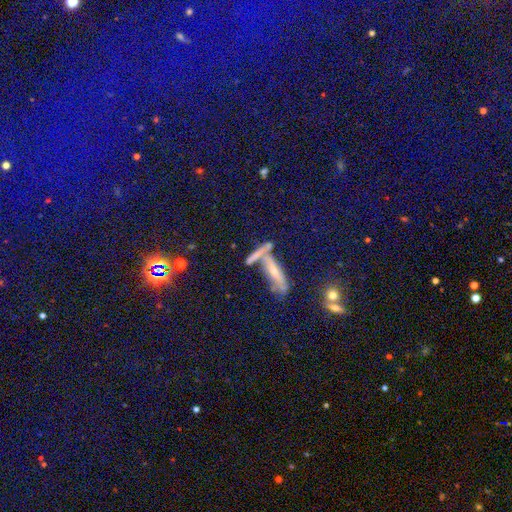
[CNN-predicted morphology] type=smooth (51%); roundness=cigar-shaped (76%); merging=none (52%).